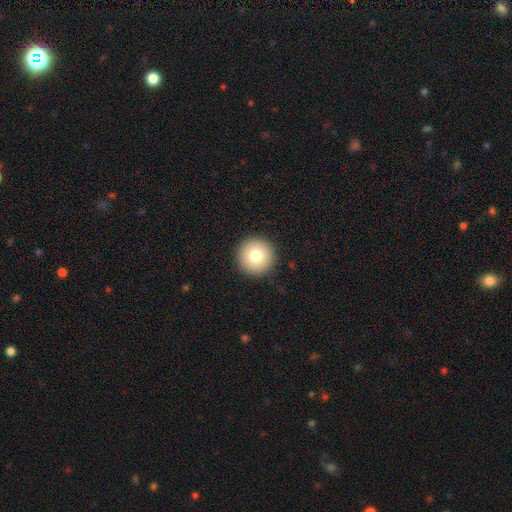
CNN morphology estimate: type=smooth (77%); roundness=round (97%); merging=none (93%).